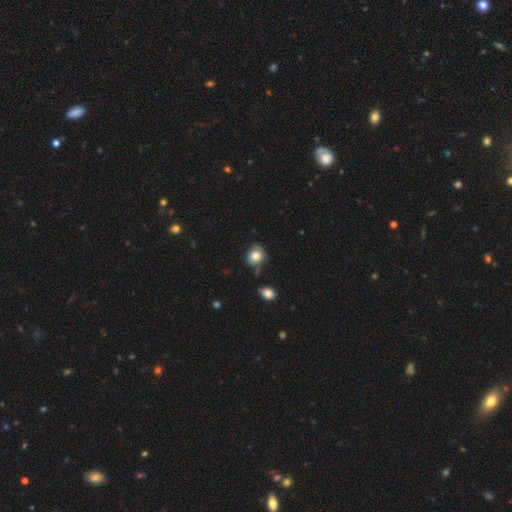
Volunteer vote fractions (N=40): Smooth or featured? smooth (65%)
How rounded? round (50%)
Merging? none (54%)